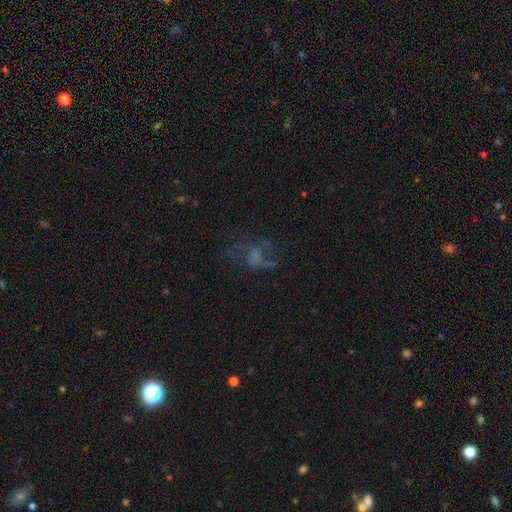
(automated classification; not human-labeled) Q: Smooth or featured?
A: featured or disk (45%); runner-up: smooth (29%)
Q: Merging?
A: none (42%); runner-up: major disturbance (38%)